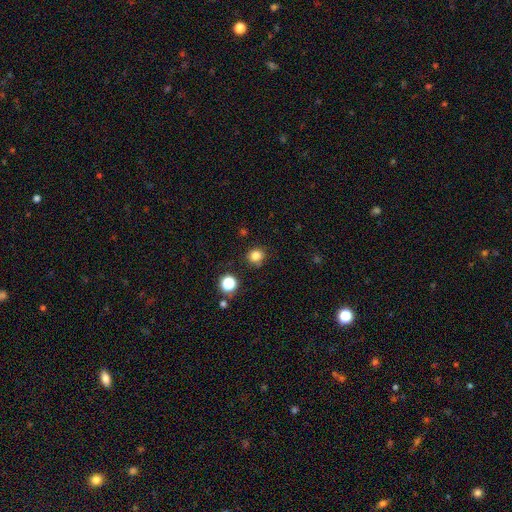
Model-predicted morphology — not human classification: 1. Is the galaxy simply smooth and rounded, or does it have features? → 82% smooth, 14% star or artifact, 5% featured or disk.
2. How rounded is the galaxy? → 84% round, 15% in between, 1% cigar-shaped.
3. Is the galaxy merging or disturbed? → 84% none, 11% minor disturbance, 3% merger, 3% major disturbance.